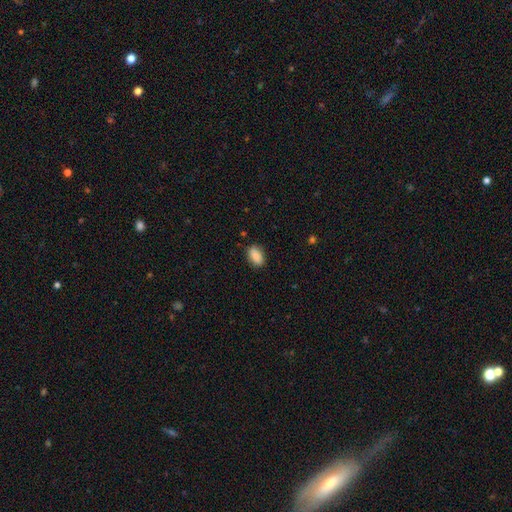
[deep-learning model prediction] Morphology: type=smooth (87%); roundness=in between (89%); merging=none (84%).